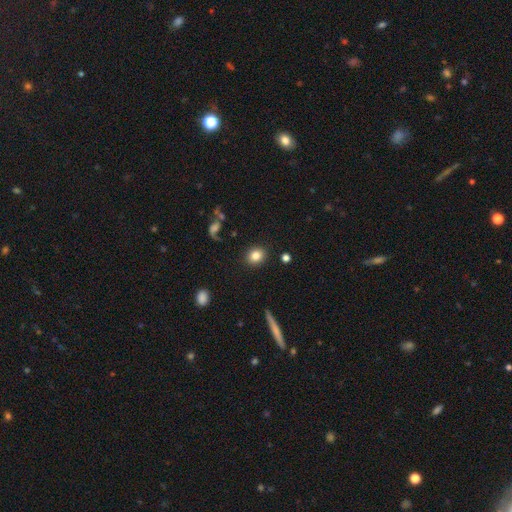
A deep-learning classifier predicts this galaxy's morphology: smooth 83%, star or artifact 9%, featured or disk 8%. Down the decision tree: how rounded — round (66%); merging — none (89%).